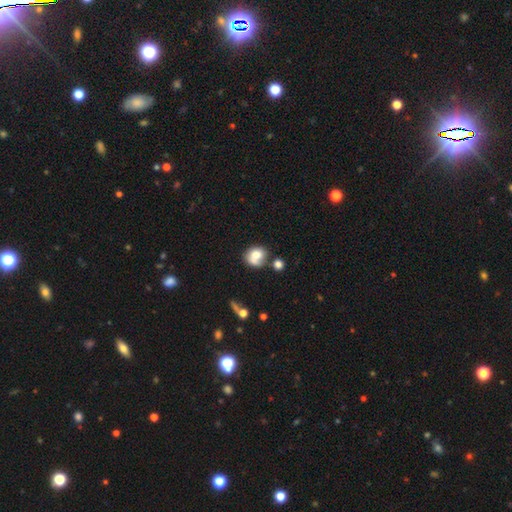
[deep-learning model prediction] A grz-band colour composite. It shows a smooth galaxy with no disk features (70%) that is round (62%). Merging: none (36%).